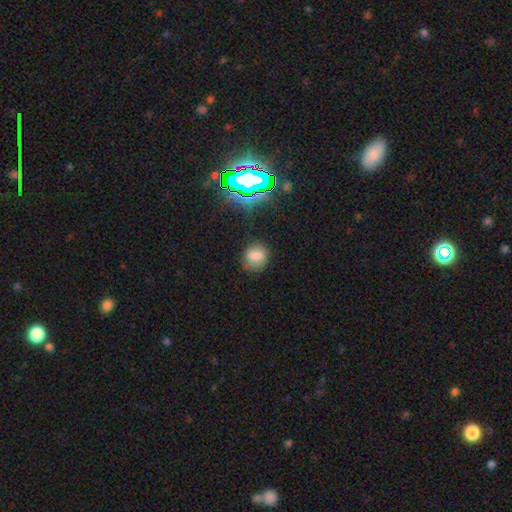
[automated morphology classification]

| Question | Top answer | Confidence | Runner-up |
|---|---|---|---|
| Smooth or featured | smooth | 74% | star or artifact (16%) |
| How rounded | round | 72% | in between (26%) |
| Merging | none | 77% | minor disturbance (16%) |